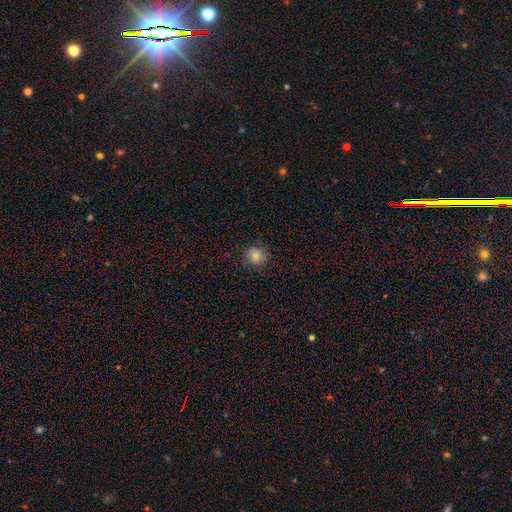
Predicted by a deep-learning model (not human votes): Overall: smooth (78%). How rounded: round (81%). Merging: none (83%).